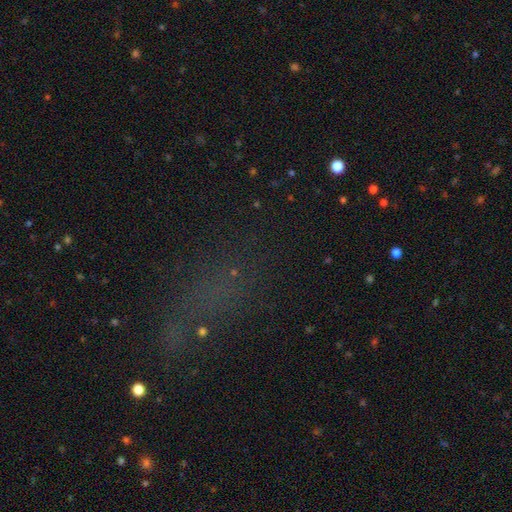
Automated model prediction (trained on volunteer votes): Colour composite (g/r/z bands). It shows a star or artifact, not a galaxy (53%).